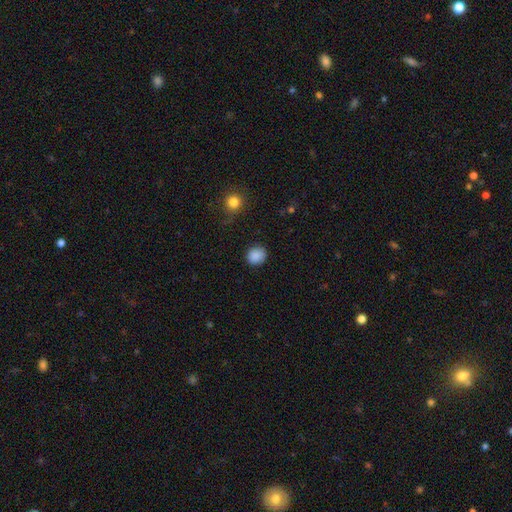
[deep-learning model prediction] smooth_or_featured: smooth (p=0.87) [alt: star or artifact p=0.09]
how_rounded: round (p=0.83) [alt: in between p=0.16]
merging: none (p=0.85) [alt: minor disturbance p=0.10]